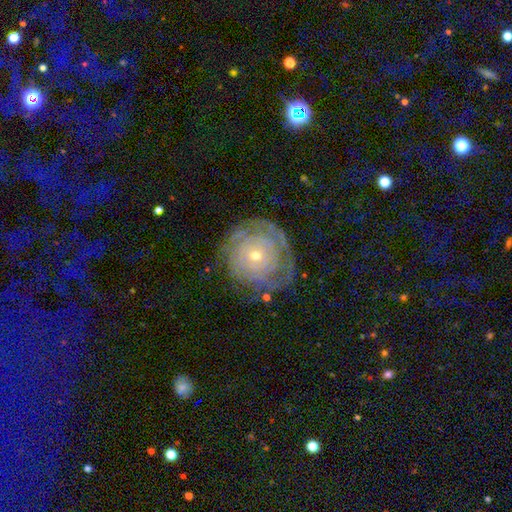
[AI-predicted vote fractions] The model was most divided on "bulge size": small: 65%, moderate: 31%, large: 2%, none: 1%, dominant: 1%. More confident: edge-on disk — no (97%); bar — no (85%); spiral winding — tight (82%); spiral arms — yes (78%); smooth or featured — featured or disk (74%); merging — none (72%); spiral arm count — can't tell (55%).